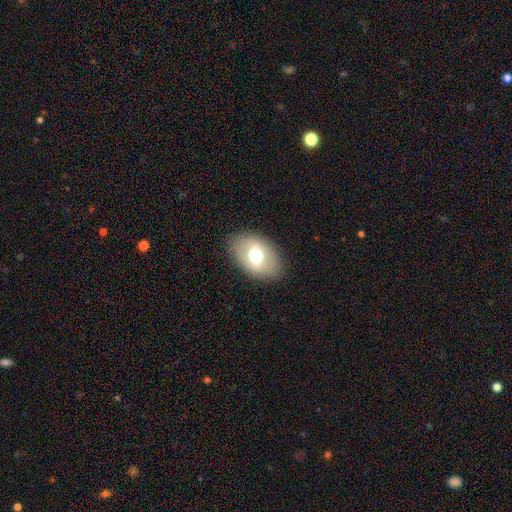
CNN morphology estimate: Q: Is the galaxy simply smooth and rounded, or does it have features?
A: smooth — 60%.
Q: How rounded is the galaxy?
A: in between — 83%.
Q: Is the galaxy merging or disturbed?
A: none — 85%.